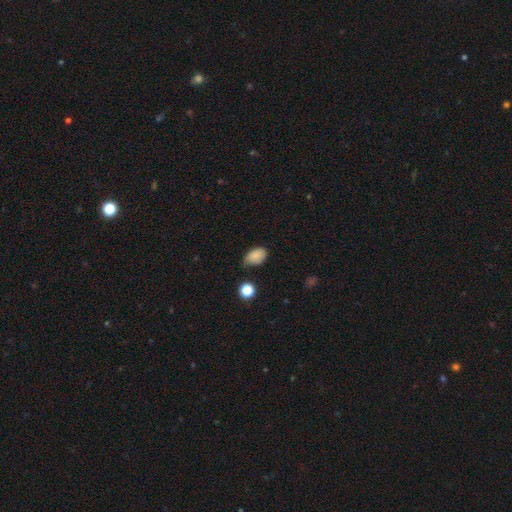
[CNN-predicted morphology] The model was most divided on "merging": none: 56%, minor disturbance: 35%, major disturbance: 6%, merger: 3%. More confident: how rounded — in between (86%); smooth or featured — smooth (84%).